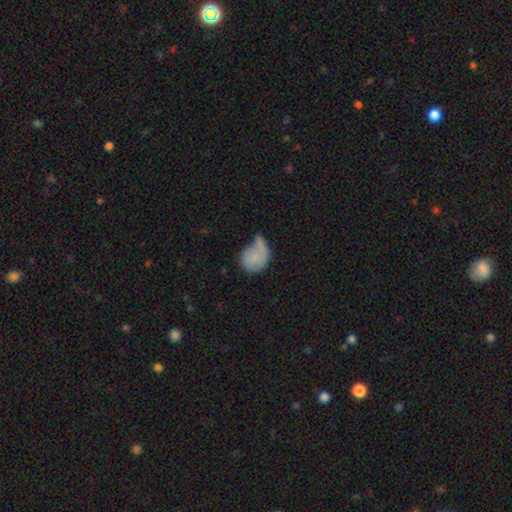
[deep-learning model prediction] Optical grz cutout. It shows a smooth galaxy with no disk features (71%) that is round (58%). Merging: minor disturbance (31%).